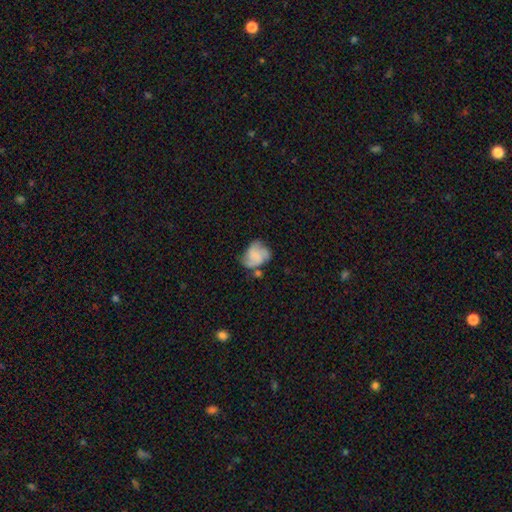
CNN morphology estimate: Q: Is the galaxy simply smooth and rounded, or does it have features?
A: featured or disk — 47%.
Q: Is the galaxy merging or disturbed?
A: none — 44%.